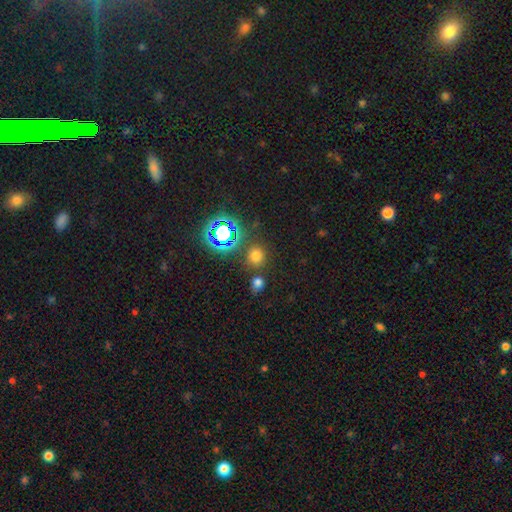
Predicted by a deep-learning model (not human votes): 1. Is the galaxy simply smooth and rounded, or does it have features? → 66% smooth, 28% star or artifact, 6% featured or disk.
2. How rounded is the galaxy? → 82% round, 17% in between, 1% cigar-shaped.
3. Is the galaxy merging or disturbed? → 80% none, 8% merger, 8% minor disturbance, 3% major disturbance.